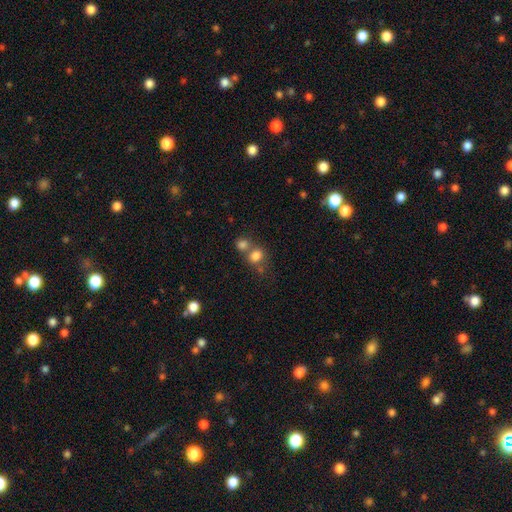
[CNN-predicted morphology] Smooth or featured?
  - smooth: 79% *
  - star or artifact: 12%
  - featured or disk: 9%
How rounded?
  - round: 66% *
  - in between: 33%
  - cigar-shaped: 1%
Merging?
  - none: 44% *
  - merger: 42%
  - minor disturbance: 9%
  - major disturbance: 5%